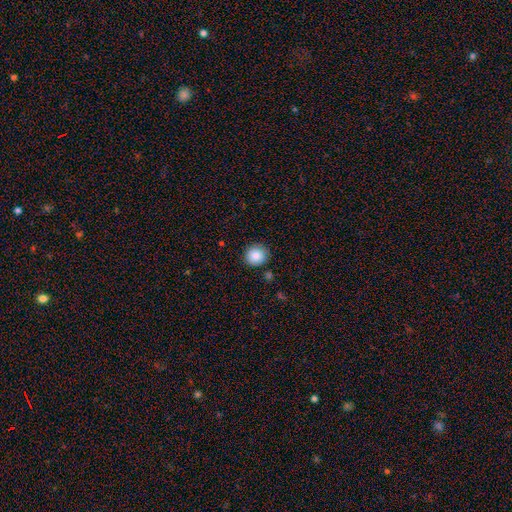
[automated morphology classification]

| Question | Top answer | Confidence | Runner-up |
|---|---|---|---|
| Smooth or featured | smooth | 87% | star or artifact (9%) |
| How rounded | round | 89% | in between (10%) |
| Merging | none | 87% | minor disturbance (9%) |